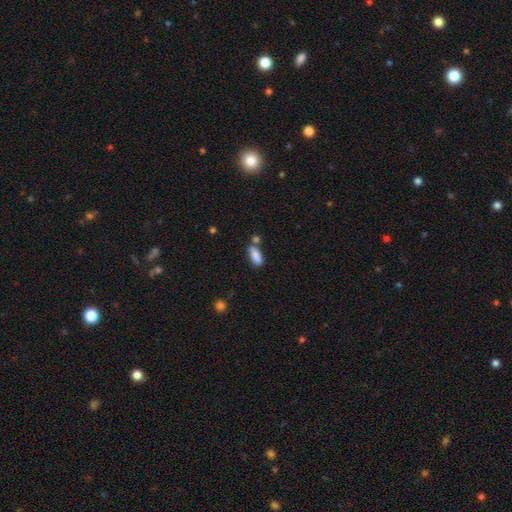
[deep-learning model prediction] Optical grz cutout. It shows a smooth galaxy with no disk features (85%) that is in between round and cigar-shaped (77%). Merging: none (59%).